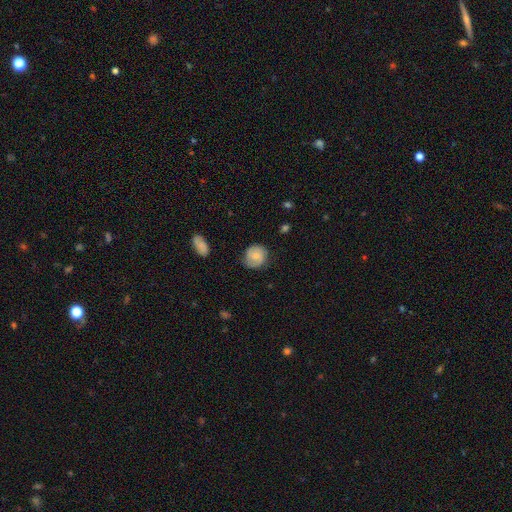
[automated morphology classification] Smooth or featured? smooth (57%)
How rounded? round (80%)
Merging? none (73%)